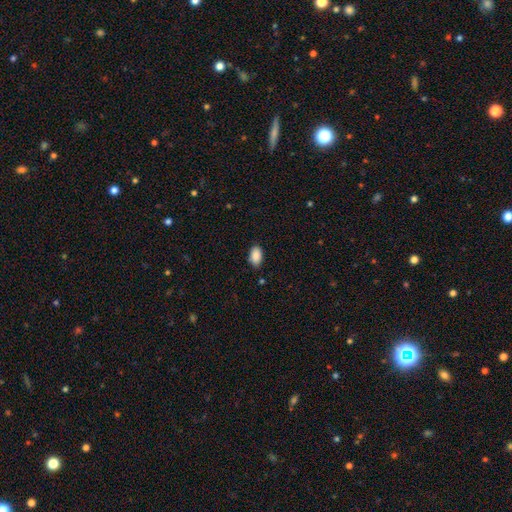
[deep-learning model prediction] smooth-or-featured: smooth: 89% | star or artifact: 7% | featured or disk: 3%
  how-rounded: in between: 93% | round: 5% | cigar-shaped: 2%
  merging: none: 84% | minor disturbance: 12% | major disturbance: 2% | merger: 1%